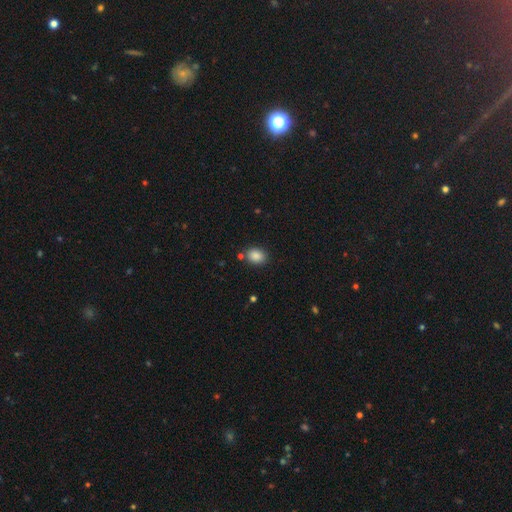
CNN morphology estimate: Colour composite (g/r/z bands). It shows a smooth galaxy with no disk features (87%) that is in between round and cigar-shaped (63%). Merging: none (81%).